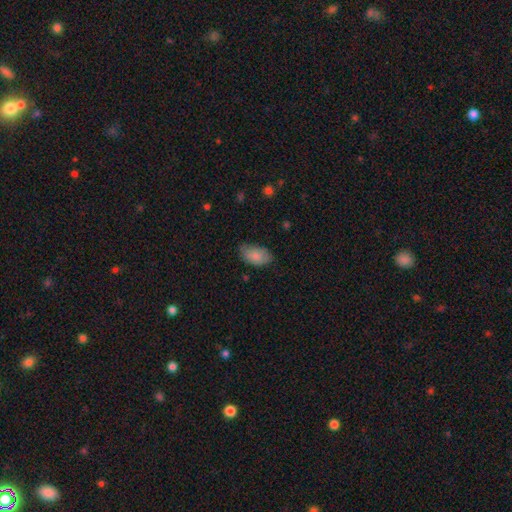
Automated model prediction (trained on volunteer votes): Smooth or featured: smooth — 85% (featured or disk — 9%)
How rounded: in between — 94% (round — 5%)
Merging: none — 70% (minor disturbance — 24%)